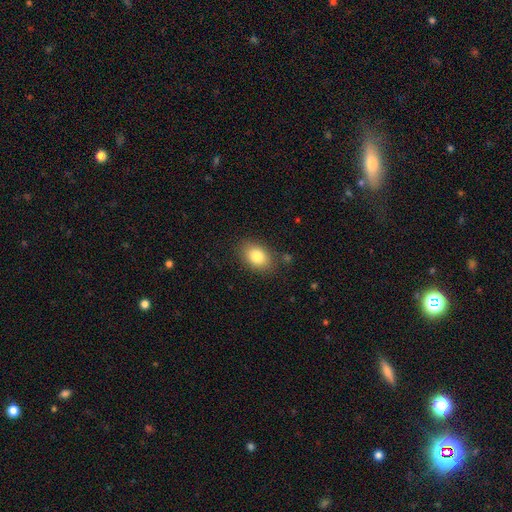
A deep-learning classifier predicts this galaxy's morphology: A smooth galaxy with no disk features (82%) that is in between round and cigar-shaped (80%).

Vote fractions:
- Smooth or featured? smooth: 82% / featured or disk: 9% / star or artifact: 8%
- How rounded? in between: 80% / round: 19% / cigar-shaped: 1%
- Merging? none: 83% / minor disturbance: 12% / major disturbance: 3% / merger: 2%